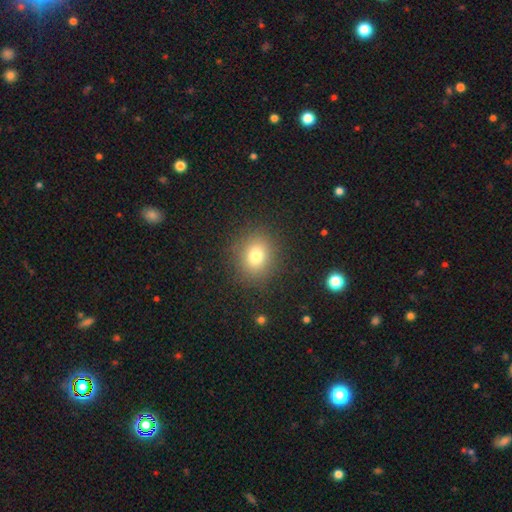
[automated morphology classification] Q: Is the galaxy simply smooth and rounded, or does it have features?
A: smooth — 76%.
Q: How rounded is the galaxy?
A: round — 71%.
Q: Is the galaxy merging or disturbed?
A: none — 87%.